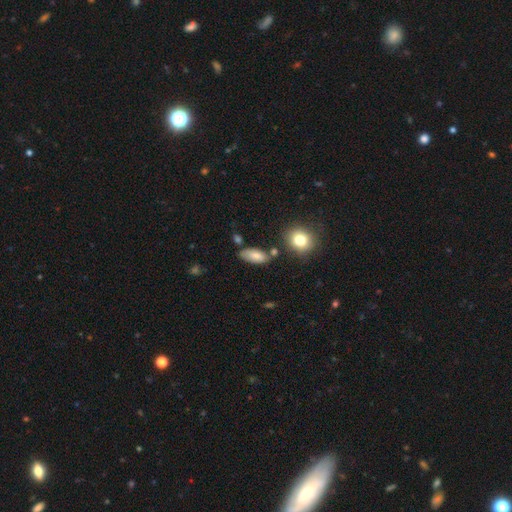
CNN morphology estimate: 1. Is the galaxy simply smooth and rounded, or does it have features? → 80% smooth, 12% featured or disk, 8% star or artifact.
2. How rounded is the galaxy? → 86% in between, 10% cigar-shaped, 4% round.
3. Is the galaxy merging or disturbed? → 69% none, 20% minor disturbance, 7% merger, 5% major disturbance.